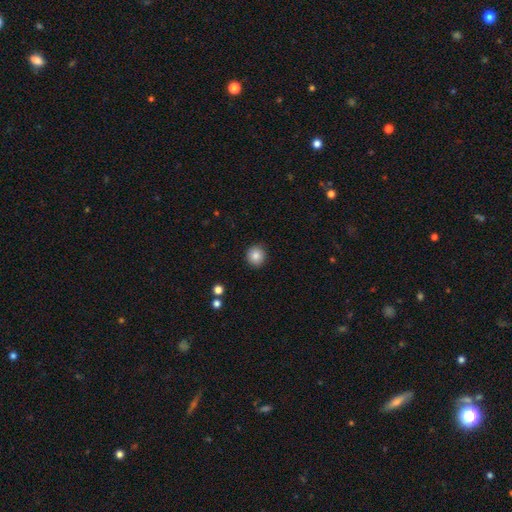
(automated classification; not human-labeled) The model was most divided on "smooth or featured": smooth: 85%, star or artifact: 9%, featured or disk: 6%. More confident: how rounded — round (91%); merging — none (91%).